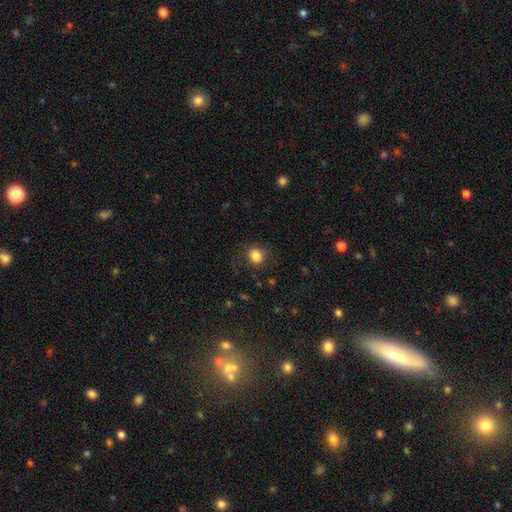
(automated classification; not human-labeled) Smooth or featured: smooth — 85% (star or artifact — 10%)
How rounded: round — 71% (in between — 29%)
Merging: none — 80% (minor disturbance — 14%)